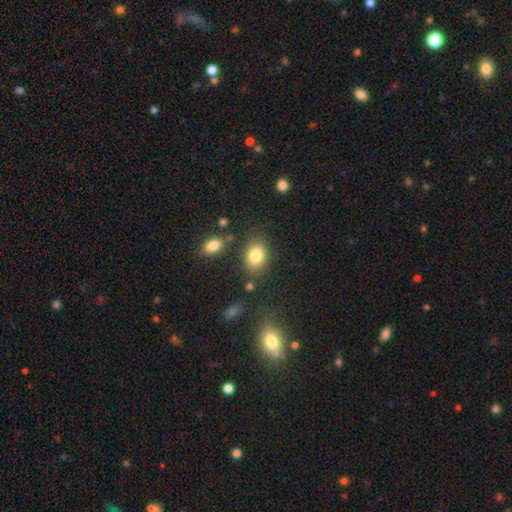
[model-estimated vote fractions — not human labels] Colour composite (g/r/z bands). It shows a smooth galaxy with no disk features (82%) that is in between round and cigar-shaped (68%). Merging: none (78%).